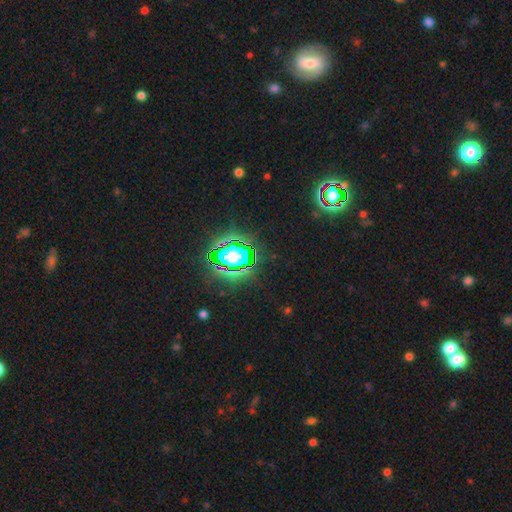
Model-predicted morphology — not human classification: This is likely a star or artifact rather than a galaxy (71%).